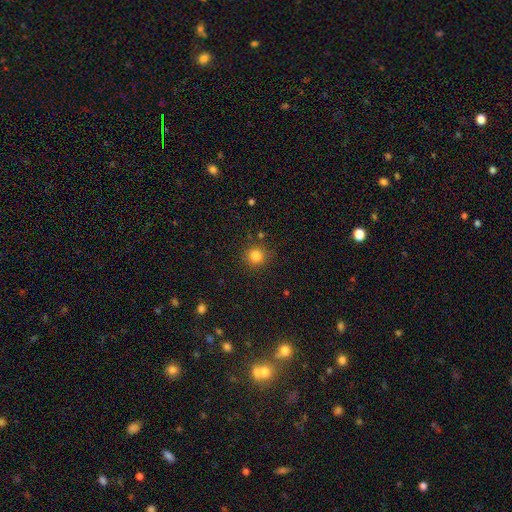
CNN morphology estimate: Smooth or featured: smooth — 82% (star or artifact — 13%)
How rounded: round — 93% (in between — 6%)
Merging: none — 87% (minor disturbance — 8%)